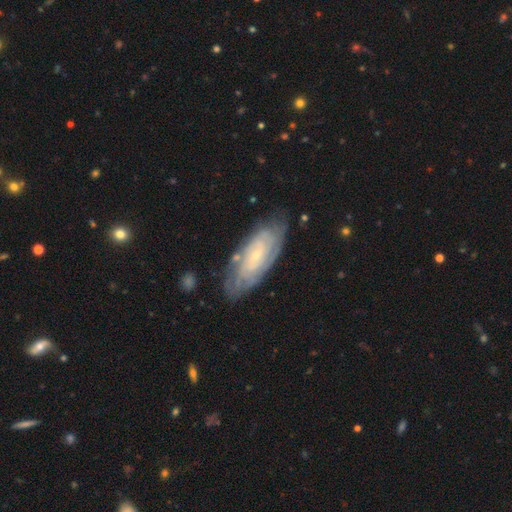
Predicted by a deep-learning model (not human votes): Smooth or featured?
  - featured or disk: 74% *
  - smooth: 20%
  - star or artifact: 6%
Edge-on disk?
  - no: 89% *
  - yes: 11%
Bar?
  - no: 67% *
  - weak: 26%
  - strong: 7%
Spiral arms?
  - yes: 88% *
  - no: 12%
Spiral winding?
  - tight: 74% *
  - medium: 20%
  - loose: 6%
Spiral arm count?
  - can't tell: 57% *
  - 2: 17%
  - 3: 9%
  - 4: 8%
  - more than 4: 5%
  - 1: 4%
Bulge size?
  - small: 82% *
  - moderate: 12%
  - none: 4%
  - large: 1%
  - dominant: 1%
Merging?
  - none: 75% *
  - minor disturbance: 18%
  - major disturbance: 5%
  - merger: 2%